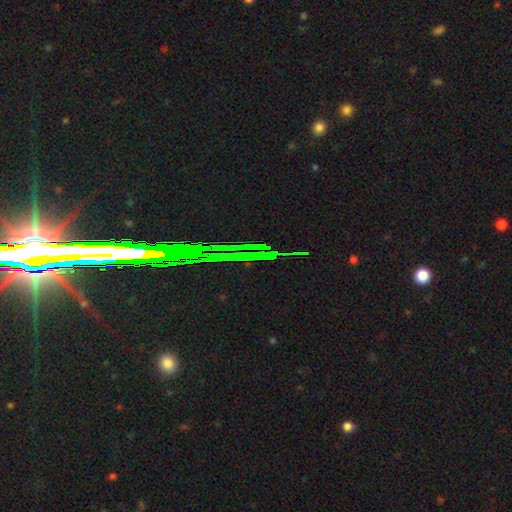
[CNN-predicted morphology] The model was most divided on "smooth or featured": star or artifact: 78%, featured or disk: 12%, smooth: 10%.